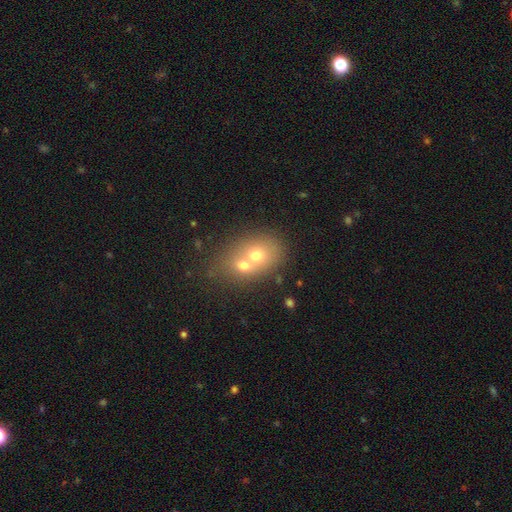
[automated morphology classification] smooth_or_featured: smooth (p=0.64) [alt: featured or disk p=0.24]
how_rounded: round (p=0.51) [alt: in between p=0.48]
merging: merger (p=0.64) [alt: none p=0.26]